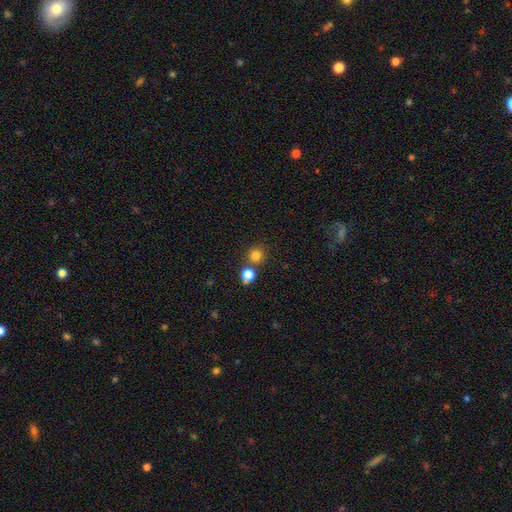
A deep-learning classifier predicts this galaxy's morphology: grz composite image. It shows a smooth galaxy with no disk features (81%) that is round (90%). Merging: none (69%).